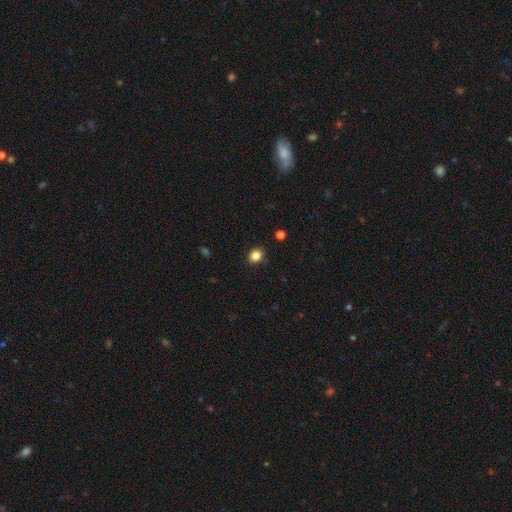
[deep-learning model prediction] Smooth or featured?
  - smooth: 85% *
  - star or artifact: 11%
  - featured or disk: 4%
How rounded?
  - round: 61% *
  - in between: 38%
  - cigar-shaped: 1%
Merging?
  - none: 87% *
  - minor disturbance: 9%
  - major disturbance: 2%
  - merger: 1%